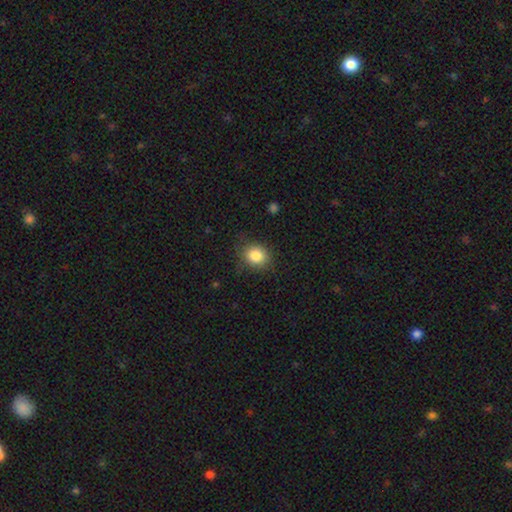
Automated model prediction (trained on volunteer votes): Smooth or featured? smooth (85%)
How rounded? round (61%)
Merging? none (79%)